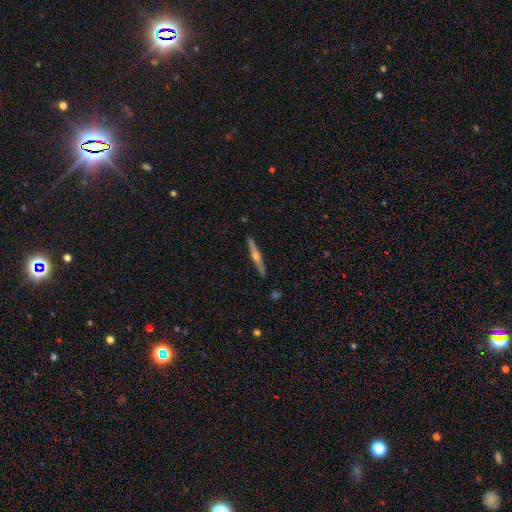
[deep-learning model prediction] smooth_or_featured: featured or disk (p=0.75) [alt: smooth p=0.20]
disk_edge_on: yes (p=0.98) [alt: no p=0.02]
edge_on_bulge: rounded (p=0.88) [alt: none p=0.07]
merging: none (p=0.91) [alt: minor disturbance p=0.06]